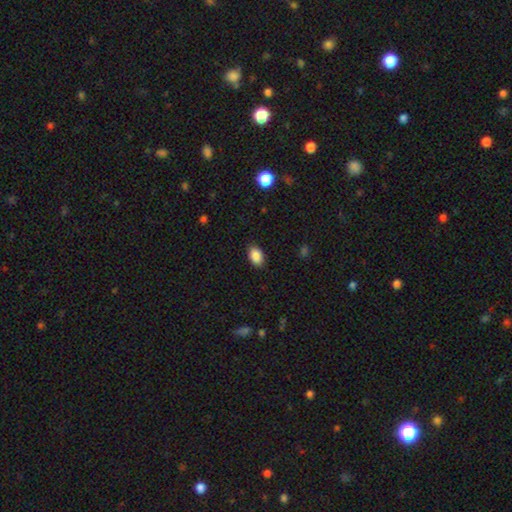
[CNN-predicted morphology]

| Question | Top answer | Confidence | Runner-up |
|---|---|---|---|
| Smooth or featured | smooth | 89% | star or artifact (8%) |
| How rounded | in between | 87% | round (12%) |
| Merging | none | 87% | minor disturbance (9%) |